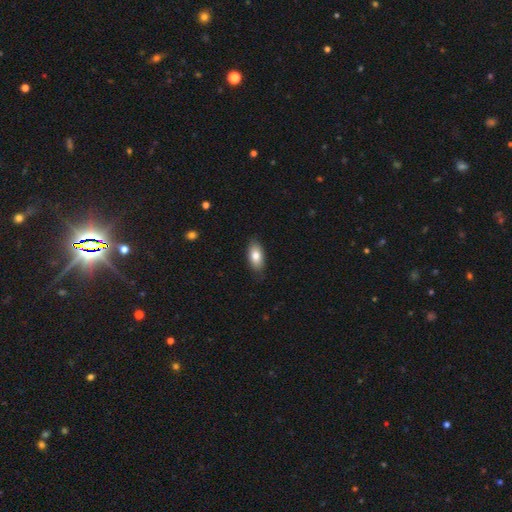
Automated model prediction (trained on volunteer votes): A smooth galaxy with no disk features (79%) that is in between round and cigar-shaped (90%).

Vote fractions:
- Smooth or featured? smooth: 79% / featured or disk: 14% / star or artifact: 7%
- How rounded? in between: 90% / cigar-shaped: 6% / round: 4%
- Merging? none: 84% / minor disturbance: 12% / major disturbance: 2% / merger: 1%